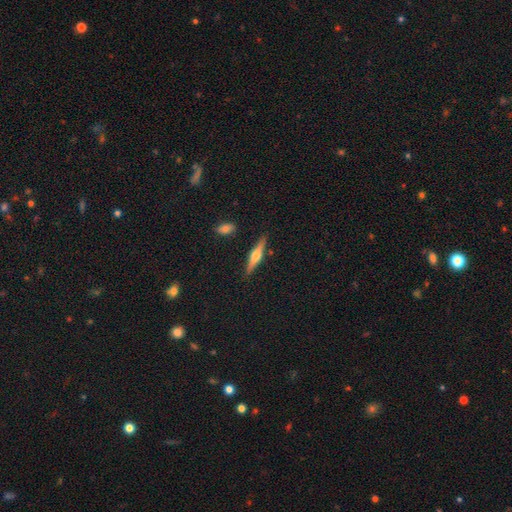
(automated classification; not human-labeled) Overall: featured or disk (62%; smooth 32%). Edge-on disk: yes (97%). Edge-on bulge: rounded (90%). Merging: none (88%).